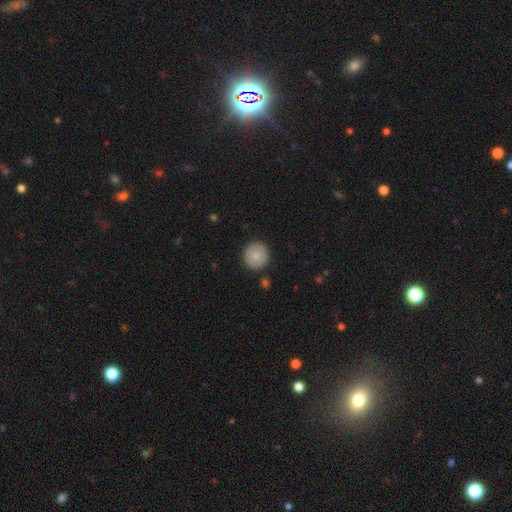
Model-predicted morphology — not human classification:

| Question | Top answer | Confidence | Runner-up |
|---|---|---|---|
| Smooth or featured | smooth | 83% | featured or disk (10%) |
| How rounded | round | 94% | in between (5%) |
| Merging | none | 89% | minor disturbance (7%) |